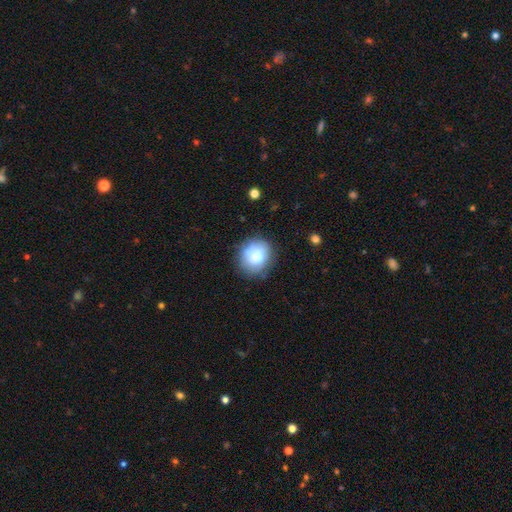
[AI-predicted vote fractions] smooth 77%, featured or disk 15%, star or artifact 8%. Down the decision tree: how rounded — round (80%); merging — none (78%).